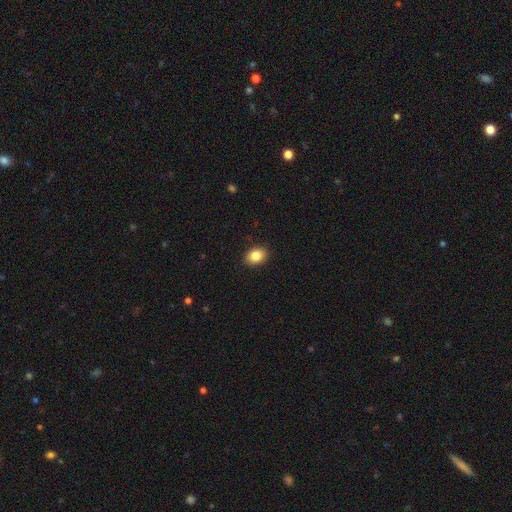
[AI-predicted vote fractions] A smooth galaxy with no disk features (86%) that is in between round and cigar-shaped (68%).

Vote fractions:
- Smooth or featured? smooth: 86% / star or artifact: 9% / featured or disk: 5%
- How rounded? in between: 68% / round: 31% / cigar-shaped: 1%
- Merging? none: 90% / minor disturbance: 7% / major disturbance: 2% / merger: 1%